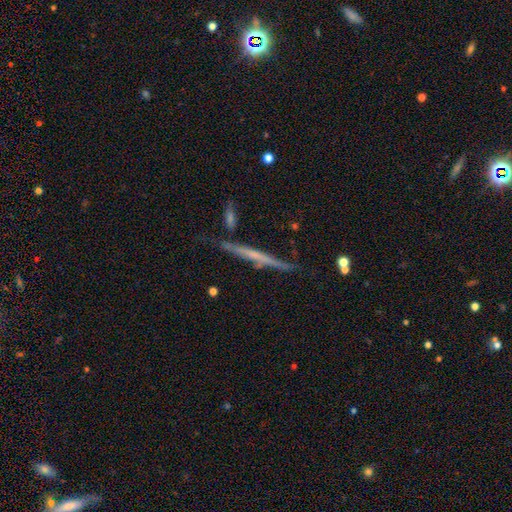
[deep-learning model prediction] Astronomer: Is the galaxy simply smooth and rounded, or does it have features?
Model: featured or disk — 62%.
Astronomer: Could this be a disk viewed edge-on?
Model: yes — 95%.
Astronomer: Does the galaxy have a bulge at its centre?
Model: none — 73%.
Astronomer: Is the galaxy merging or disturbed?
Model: none — 72%.